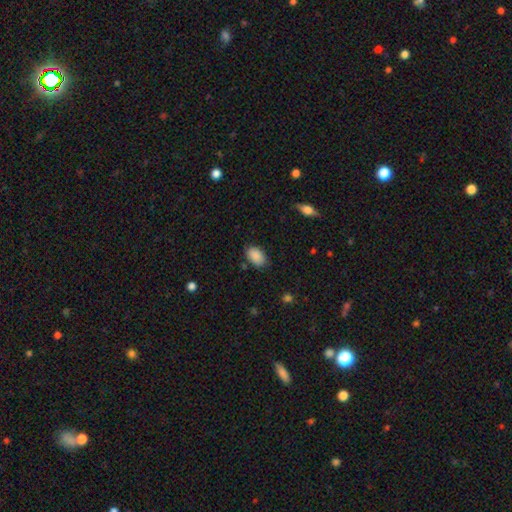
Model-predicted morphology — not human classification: Smooth or featured? smooth (88%)
How rounded? in between (90%)
Merging? none (80%)